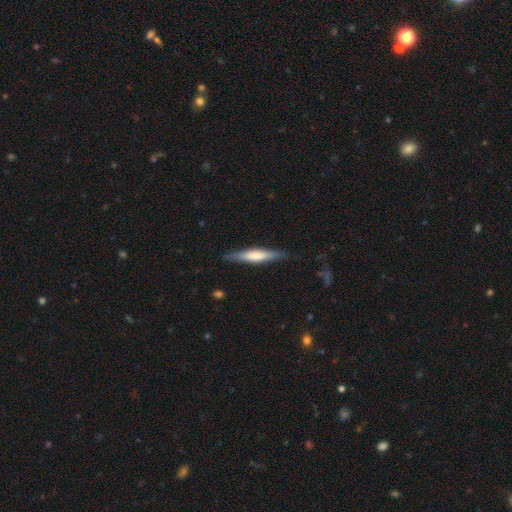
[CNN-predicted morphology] type=smooth (50%); merging=none (86%).